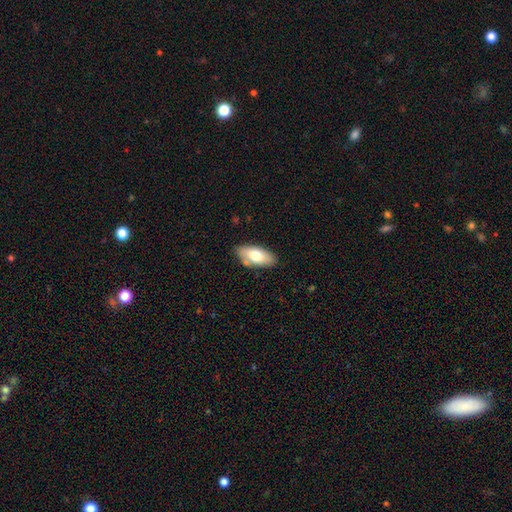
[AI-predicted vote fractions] Smooth or featured? smooth (71%)
How rounded? in between (90%)
Merging? none (78%)